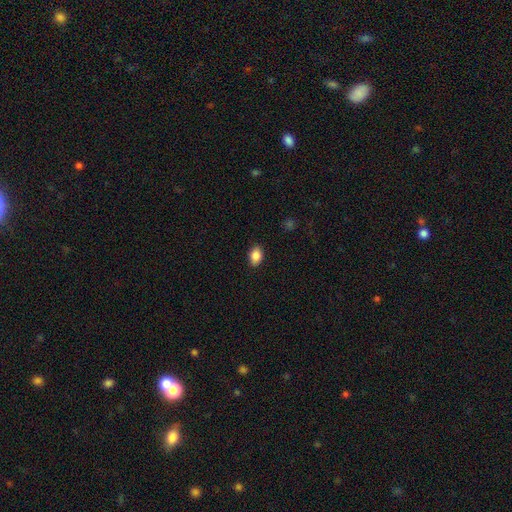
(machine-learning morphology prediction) A smooth galaxy with no disk features (87%) that is in between round and cigar-shaped (83%).

Vote fractions:
- Smooth or featured? smooth: 87% / star or artifact: 8% / featured or disk: 5%
- How rounded? in between: 83% / round: 16% / cigar-shaped: 1%
- Merging? none: 88% / minor disturbance: 9% / major disturbance: 2% / merger: 1%